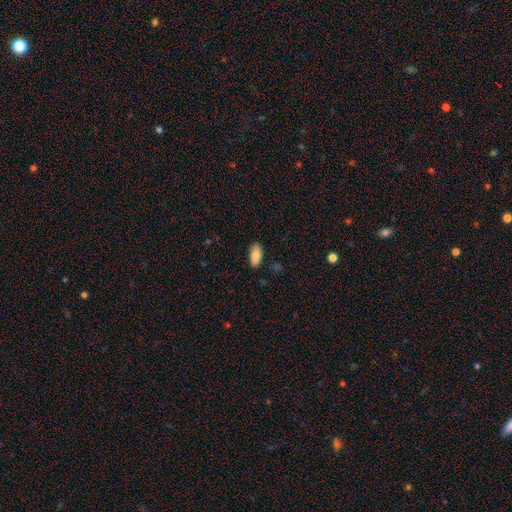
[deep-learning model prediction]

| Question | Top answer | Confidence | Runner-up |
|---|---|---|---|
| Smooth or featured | smooth | 87% | star or artifact (7%) |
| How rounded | in between | 89% | cigar-shaped (9%) |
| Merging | none | 85% | minor disturbance (11%) |